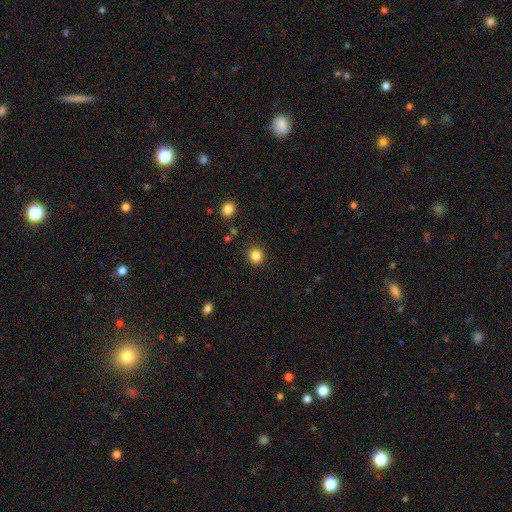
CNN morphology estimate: smooth-or-featured: smooth: 85% | star or artifact: 11% | featured or disk: 4%
  how-rounded: round: 87% | in between: 12% | cigar-shaped: 1%
  merging: none: 90% | minor disturbance: 7% | major disturbance: 2% | merger: 2%